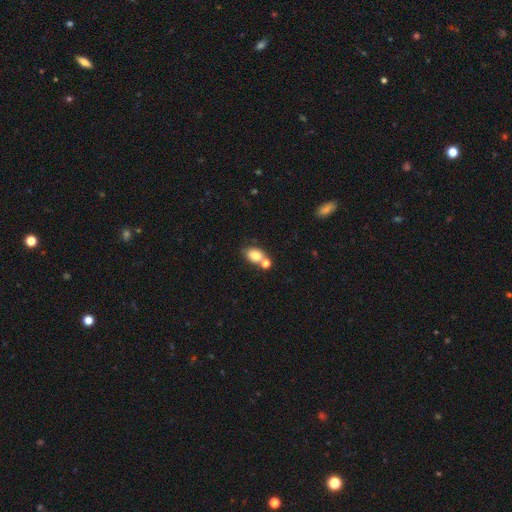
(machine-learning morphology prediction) Overall: smooth (81%). How rounded: in between (72%). Merging: none (51%; merger 31%).